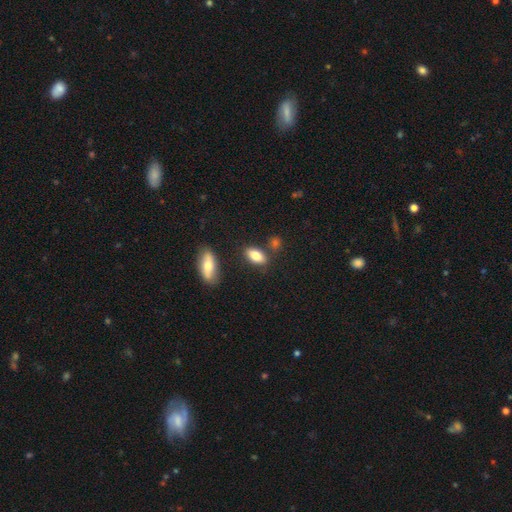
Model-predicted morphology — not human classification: Smooth or featured? Predicted: smooth (p=0.82). How rounded? Predicted: in between (p=0.89). Merging? Predicted: none (p=0.78).